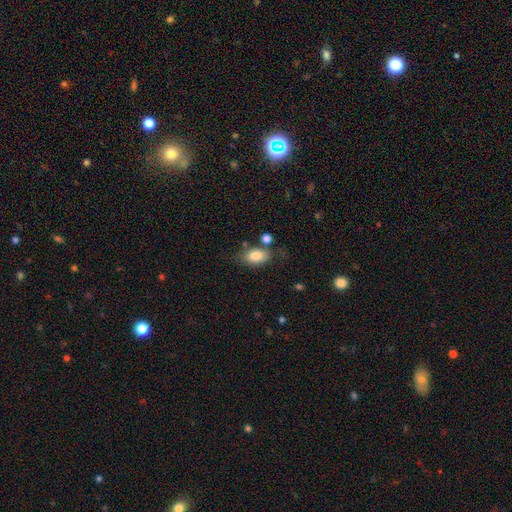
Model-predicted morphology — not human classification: Q: Smooth or featured?
A: smooth (83%); runner-up: featured or disk (10%)
Q: How rounded?
A: in between (89%); runner-up: round (8%)
Q: Merging?
A: none (68%); runner-up: minor disturbance (18%)